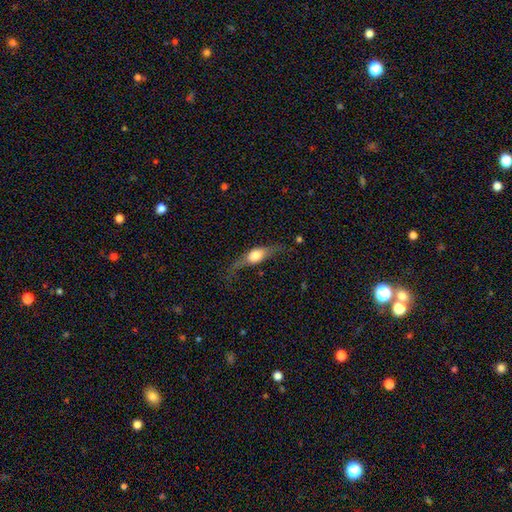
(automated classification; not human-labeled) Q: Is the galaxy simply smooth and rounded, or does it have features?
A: smooth — 47%.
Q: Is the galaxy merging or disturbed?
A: none — 45%.